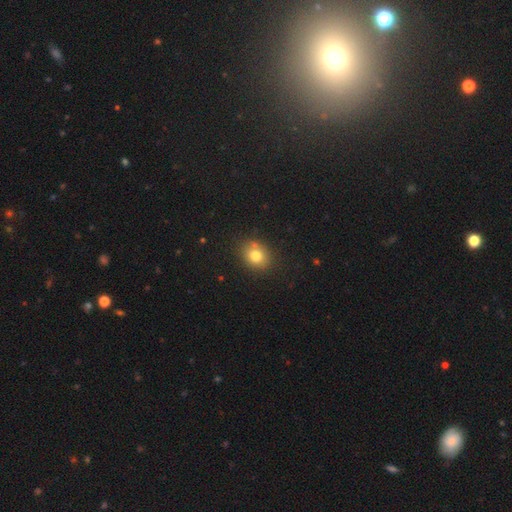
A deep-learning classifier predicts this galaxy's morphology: Smooth or featured? Predicted: smooth (p=0.78). How rounded? Predicted: round (p=0.61). Merging? Predicted: none (p=0.79).